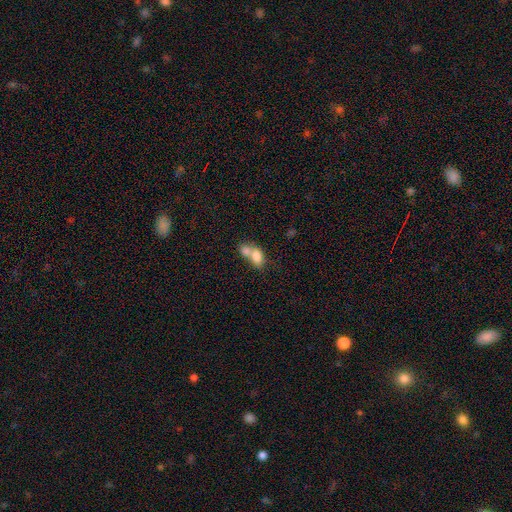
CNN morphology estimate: Smooth or featured? smooth (77%)
How rounded? in between (81%)
Merging? merger (71%)